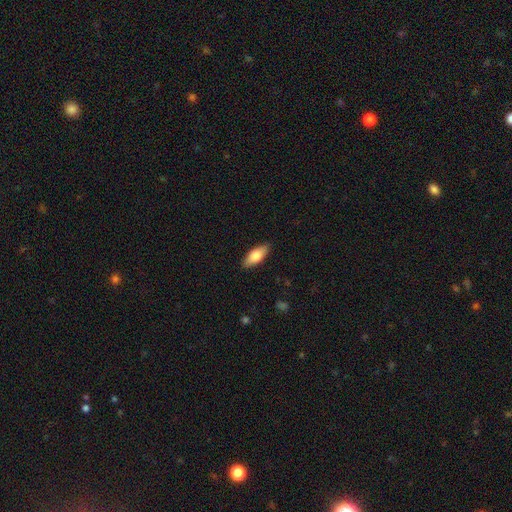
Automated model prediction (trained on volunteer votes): A smooth galaxy with no disk features (75%) that is in between round and cigar-shaped (79%).

Vote fractions:
- Smooth or featured? smooth: 75% / featured or disk: 19% / star or artifact: 6%
- How rounded? in between: 79% / cigar-shaped: 19% / round: 2%
- Merging? none: 88% / minor disturbance: 9% / major disturbance: 2% / merger: 1%